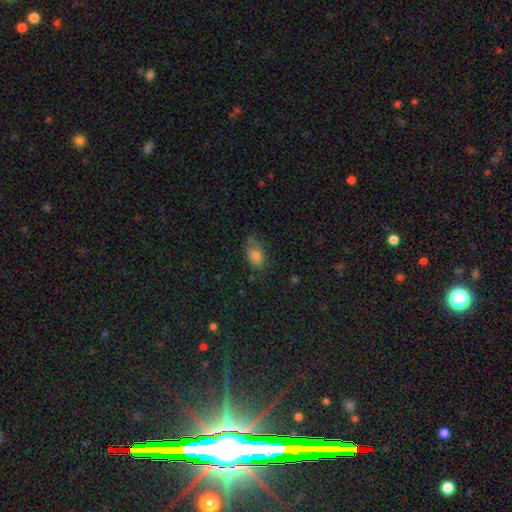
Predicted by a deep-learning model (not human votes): This appears to be a smooth galaxy with no disk features (80%) that is in between round and cigar-shaped (88%). Merging: none (59%).